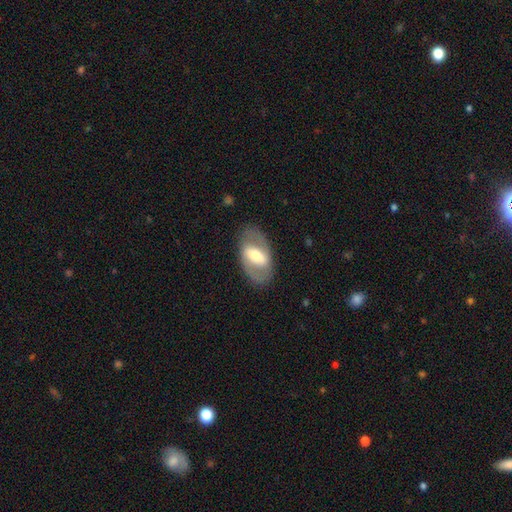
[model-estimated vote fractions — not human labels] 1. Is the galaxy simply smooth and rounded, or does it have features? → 66% featured or disk, 29% smooth, 6% star or artifact.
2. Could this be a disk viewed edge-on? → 92% no, 8% yes.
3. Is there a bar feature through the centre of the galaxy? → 52% strong, 33% weak, 15% no.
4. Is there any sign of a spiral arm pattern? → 55% yes, 45% no.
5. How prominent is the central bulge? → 58% moderate, 20% small, 18% large, 2% dominant, 2% none.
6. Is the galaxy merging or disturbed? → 81% none, 12% minor disturbance, 6% major disturbance, 1% merger.